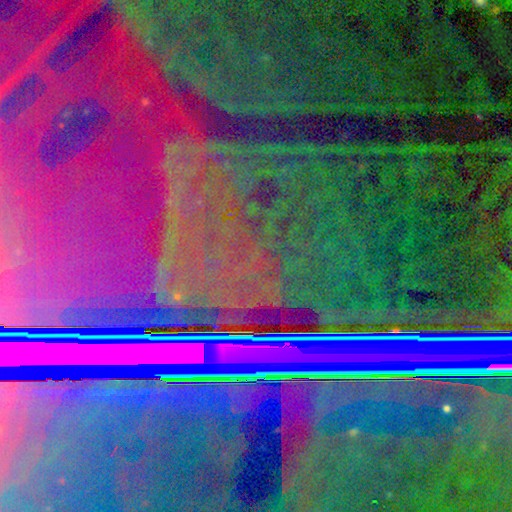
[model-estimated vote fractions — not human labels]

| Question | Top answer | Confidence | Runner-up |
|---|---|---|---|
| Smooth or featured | star or artifact | 89% | featured or disk (6%) |